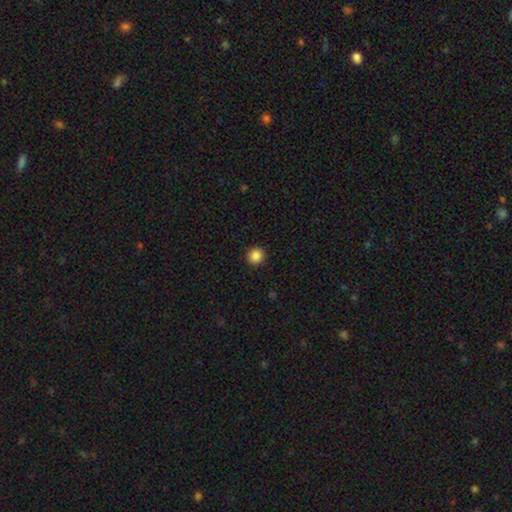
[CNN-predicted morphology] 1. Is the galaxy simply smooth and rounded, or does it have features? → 86% smooth, 10% star or artifact, 4% featured or disk.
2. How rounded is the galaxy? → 94% round, 5% in between, 1% cigar-shaped.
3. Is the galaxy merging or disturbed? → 93% none, 4% minor disturbance, 2% major disturbance, 1% merger.